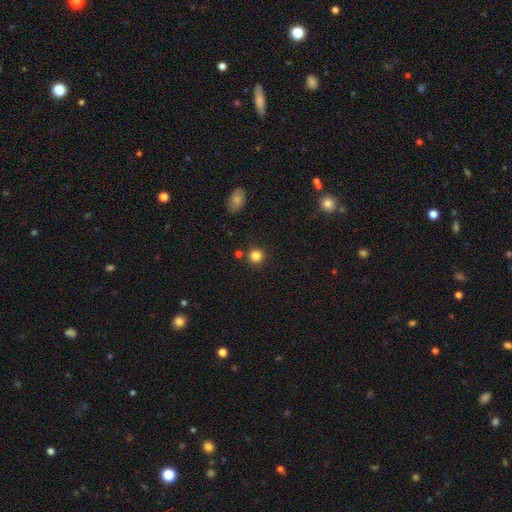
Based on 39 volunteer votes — Smooth or featured: smooth — 90% (featured or disk — 5%)
How rounded: round — 91% (in between — 6%)
Merging: none — 78% (minor disturbance — 11%)